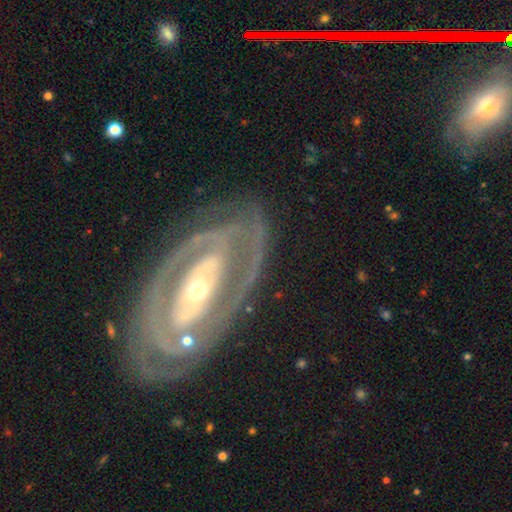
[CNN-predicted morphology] smooth_or_featured: featured or disk (p=0.85) [alt: smooth p=0.10]
disk_edge_on: no (p=0.93) [alt: yes p=0.07]
bar: no (p=0.41) [alt: strong p=0.35]
has_spiral_arms: yes (p=0.76) [alt: no p=0.24]
spiral_winding: tight (p=0.62) [alt: medium p=0.28]
spiral_arm_count: 2 (p=0.59) [alt: can't tell p=0.21]
bulge_size: moderate (p=0.50) [alt: small p=0.43]
merging: none (p=0.71) [alt: minor disturbance p=0.16]